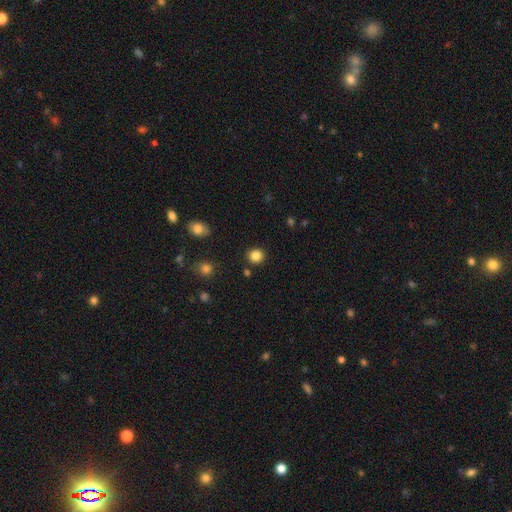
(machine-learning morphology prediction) Smooth or featured? smooth (85%)
How rounded? round (89%)
Merging? none (90%)